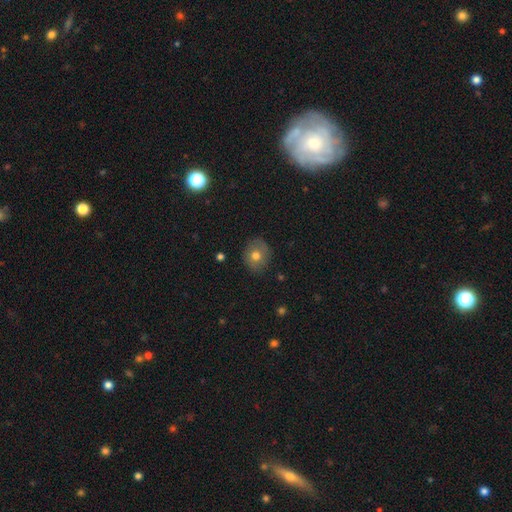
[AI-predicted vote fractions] This appears to be a smooth galaxy with no disk features (70%) that is round (72%). Merging: none (83%).